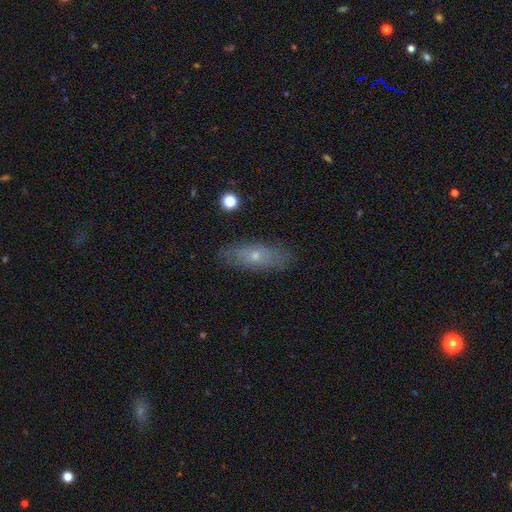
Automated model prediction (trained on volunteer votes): This is possibly a smooth galaxy (46%). Merging: clearly none (83%).